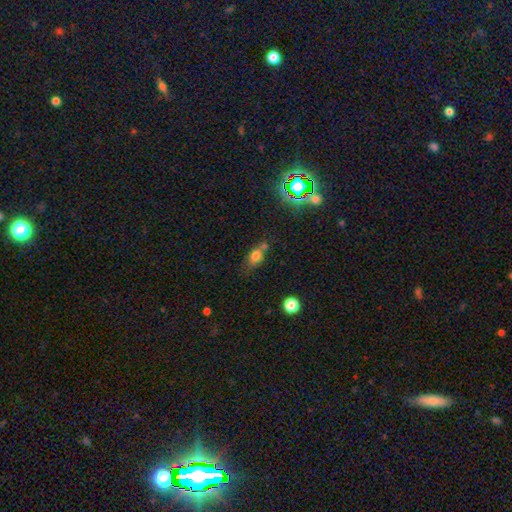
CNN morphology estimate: Smooth or featured?
  - smooth: 72% *
  - star or artifact: 16%
  - featured or disk: 13%
How rounded?
  - in between: 72% *
  - round: 24%
  - cigar-shaped: 4%
Merging?
  - none: 48% *
  - merger: 26%
  - minor disturbance: 20%
  - major disturbance: 7%